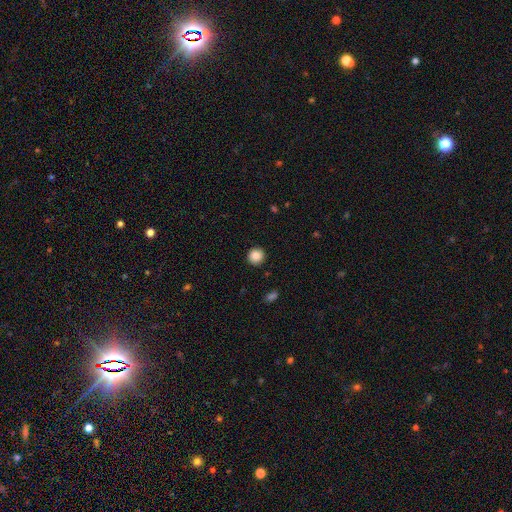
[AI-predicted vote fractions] Overall: smooth (87%). How rounded: round (94%). Merging: none (92%).